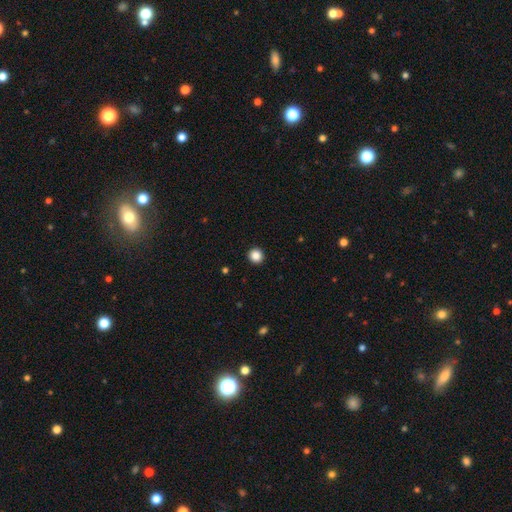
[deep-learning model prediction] smooth-or-featured: smooth: 87% | star or artifact: 10% | featured or disk: 3%
  how-rounded: round: 95% | in between: 4% | cigar-shaped: 1%
  merging: none: 94% | minor disturbance: 4% | major disturbance: 1% | merger: 1%